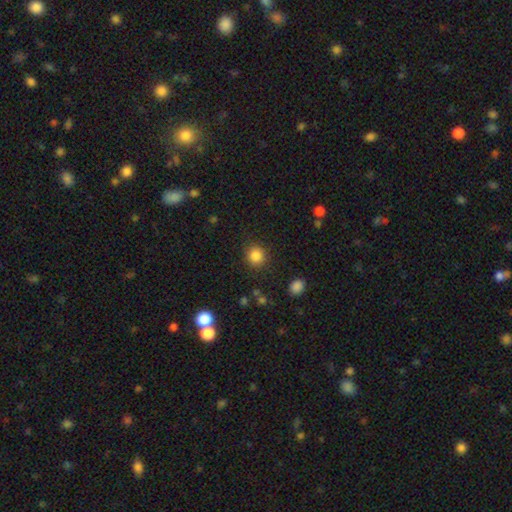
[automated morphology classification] This appears to be a smooth galaxy with no disk features (85%) that is round (89%). Merging: none (88%).